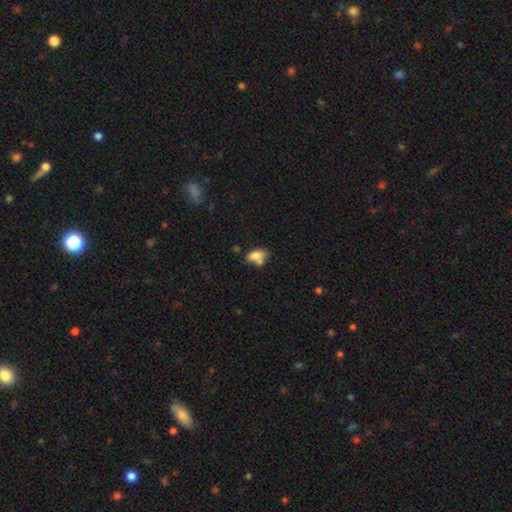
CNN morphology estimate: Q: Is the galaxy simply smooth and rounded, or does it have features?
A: smooth — 75%.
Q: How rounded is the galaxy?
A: in between — 84%.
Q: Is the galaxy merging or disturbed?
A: none — 38%.